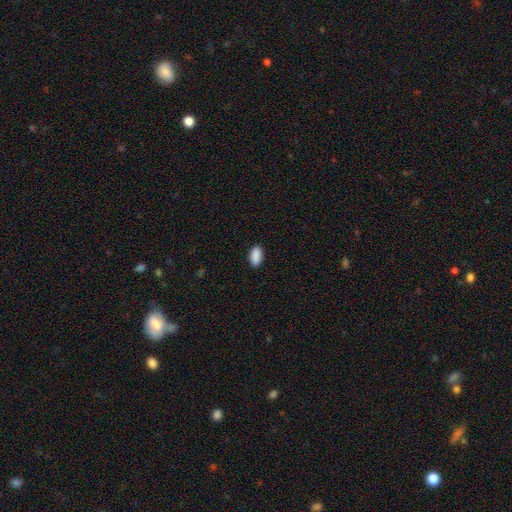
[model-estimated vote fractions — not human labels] Smooth or featured?
  - smooth: 90% *
  - star or artifact: 7%
  - featured or disk: 3%
How rounded?
  - in between: 93% *
  - cigar-shaped: 4%
  - round: 3%
Merging?
  - none: 89% *
  - minor disturbance: 8%
  - major disturbance: 2%
  - merger: 1%